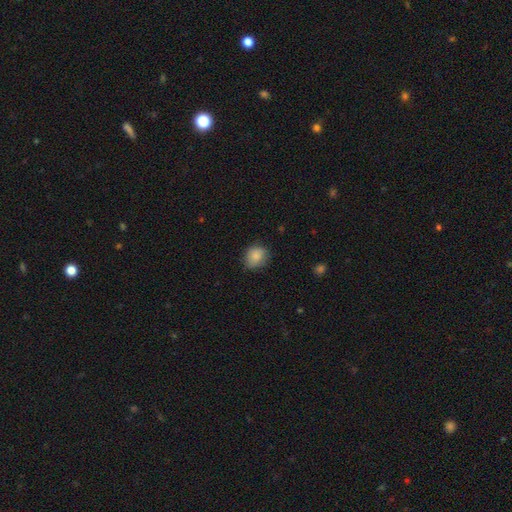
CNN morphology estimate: This appears to be a smooth galaxy with no disk features (85%) that is round (68%). Merging: none (71%).